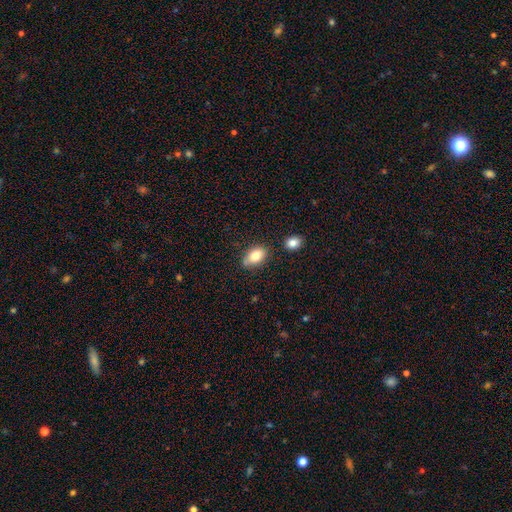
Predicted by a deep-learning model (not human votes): smooth-or-featured: smooth: 80% | featured or disk: 12% | star or artifact: 8%
  how-rounded: in between: 86% | round: 12% | cigar-shaped: 2%
  merging: none: 66% | minor disturbance: 22% | merger: 7% | major disturbance: 5%